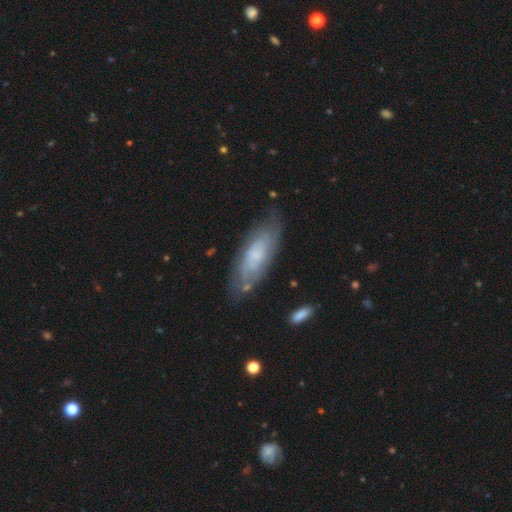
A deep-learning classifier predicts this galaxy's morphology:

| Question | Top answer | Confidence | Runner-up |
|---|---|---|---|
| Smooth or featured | featured or disk | 56% | smooth (37%) |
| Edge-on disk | no | 81% | yes (19%) |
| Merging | none | 71% | minor disturbance (20%) |